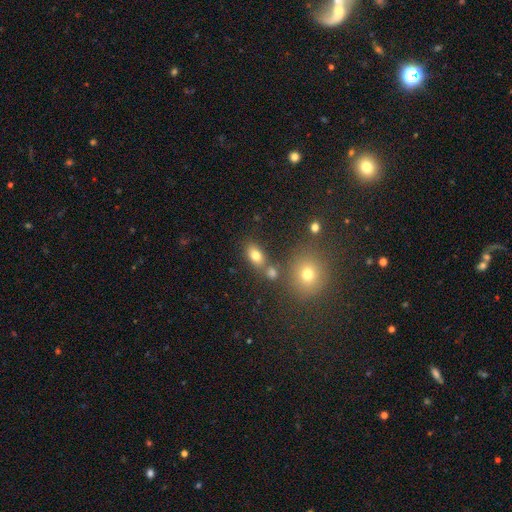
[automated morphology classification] Smooth or featured: smooth — 76% (star or artifact — 13%)
How rounded: in between — 78% (round — 18%)
Merging: none — 66% (merger — 17%)